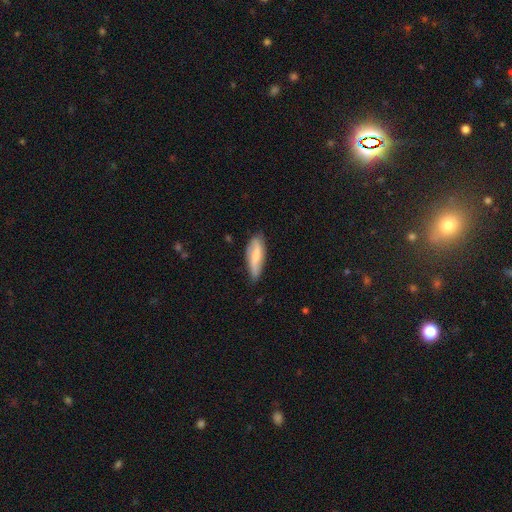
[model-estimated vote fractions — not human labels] This is likely a smooth galaxy (61%). How rounded: possibly in between (54%). Merging: likely none (63%).